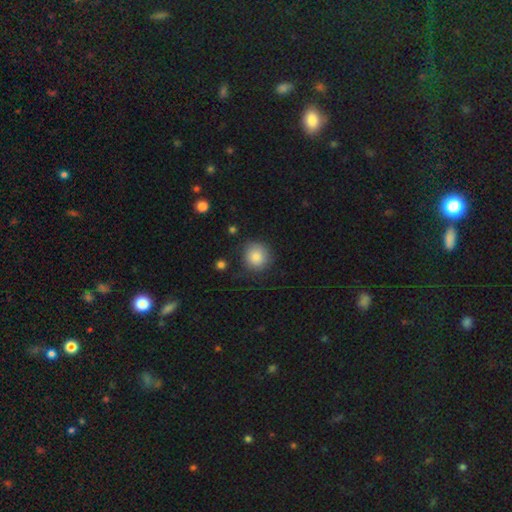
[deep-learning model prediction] The model was most divided on "merging": none: 79%, minor disturbance: 14%, major disturbance: 4%, merger: 2%. More confident: how rounded — round (92%); smooth or featured — smooth (86%).